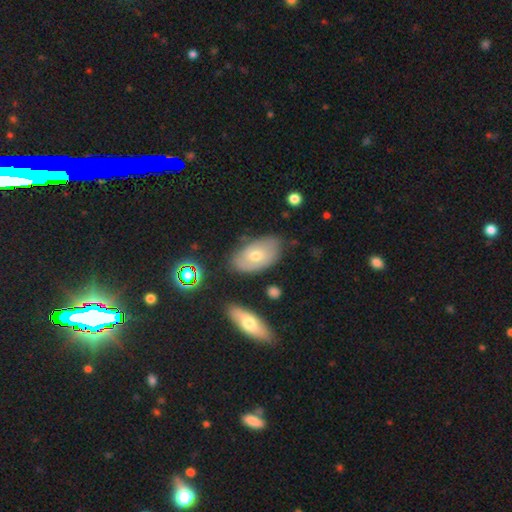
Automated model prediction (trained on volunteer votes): Smooth or featured?
  - smooth: 48% *
  - featured or disk: 43%
  - star or artifact: 9%
Merging?
  - none: 70% *
  - minor disturbance: 21%
  - major disturbance: 5%
  - merger: 4%